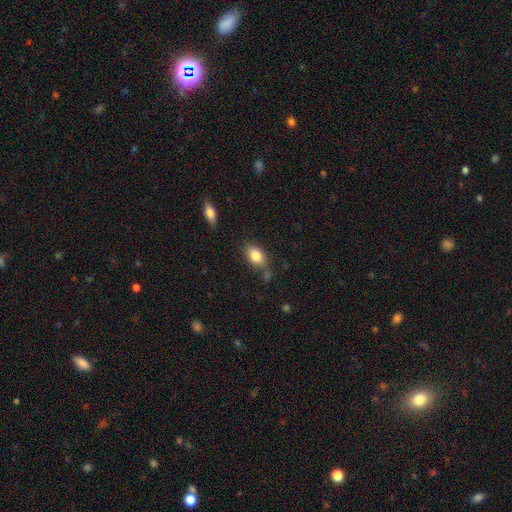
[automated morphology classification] Q: Smooth or featured?
A: smooth (84%); runner-up: featured or disk (8%)
Q: How rounded?
A: in between (87%); runner-up: round (11%)
Q: Merging?
A: none (72%); runner-up: minor disturbance (17%)